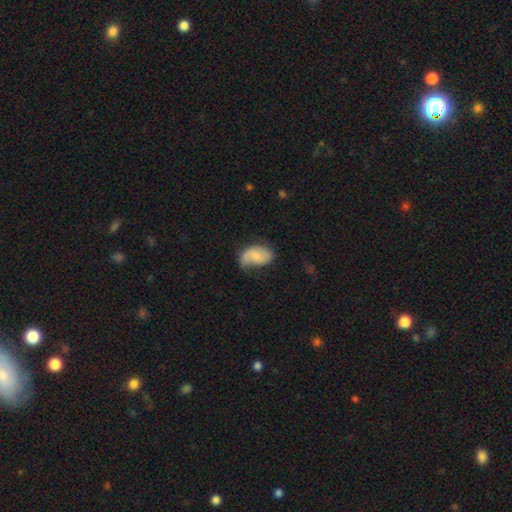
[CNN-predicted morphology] Smooth or featured? smooth (56%)
How rounded? in between (90%)
Merging? none (42%)